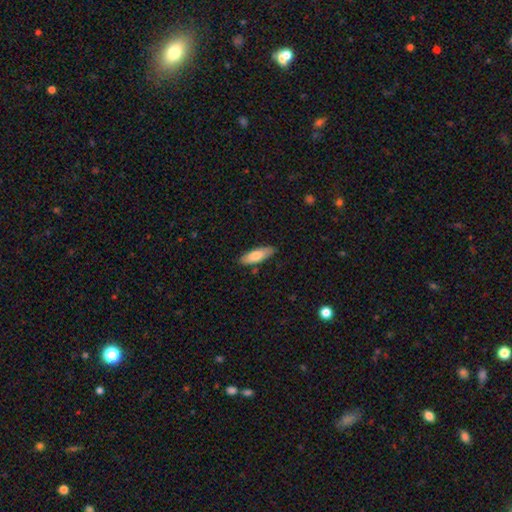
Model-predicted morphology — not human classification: smooth-or-featured: smooth: 78% | featured or disk: 16% | star or artifact: 6%
  how-rounded: in between: 57% | cigar-shaped: 42% | round: 2%
  merging: none: 84% | minor disturbance: 12% | major disturbance: 2% | merger: 2%